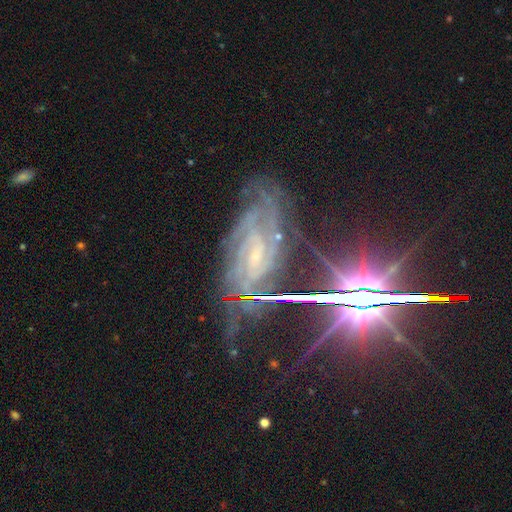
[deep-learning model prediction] Smooth or featured? Predicted: featured or disk (p=0.75). Edge-on disk? Predicted: no (p=0.92). Bar? Predicted: weak (p=0.43). Spiral arms? Predicted: yes (p=0.96). Spiral winding? Predicted: tight (p=0.63). Spiral arm count? Predicted: can't tell (p=0.35). Bulge size? Predicted: small (p=0.76). Merging? Predicted: none (p=0.65).